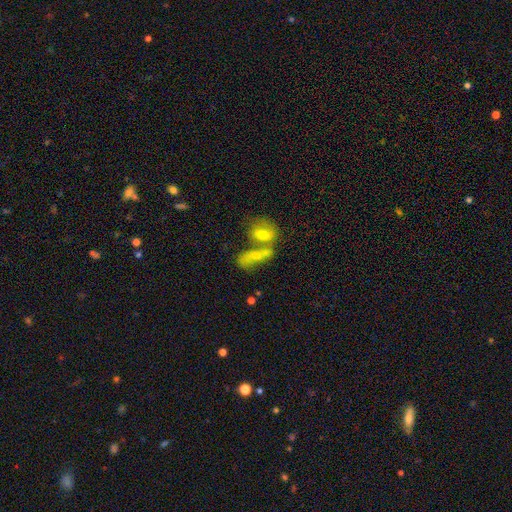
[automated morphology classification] The model was most divided on "smooth or featured": smooth: 62%, featured or disk: 27%, star or artifact: 10%. More confident: how rounded — in between (69%); merging — merger (64%).